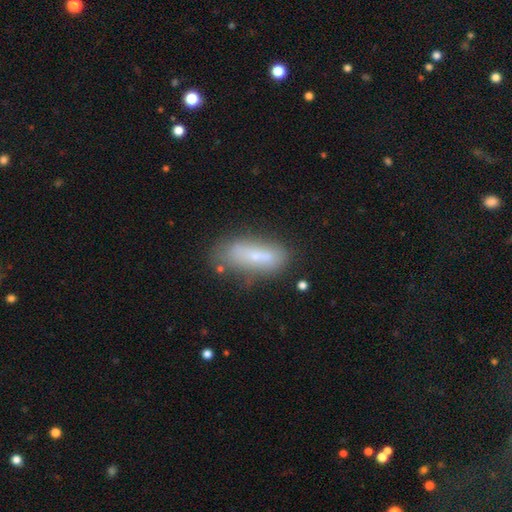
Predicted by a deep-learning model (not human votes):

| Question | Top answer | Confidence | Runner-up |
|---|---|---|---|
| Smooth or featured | smooth | 60% | featured or disk (31%) |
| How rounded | in between | 65% | cigar-shaped (32%) |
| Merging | none | 58% | minor disturbance (24%) |